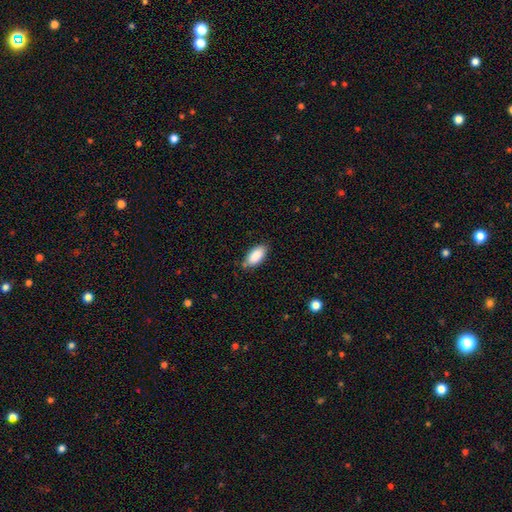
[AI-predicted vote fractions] This appears to be a smooth galaxy with no disk features (89%) that is in between round and cigar-shaped (92%). Merging: none (77%).